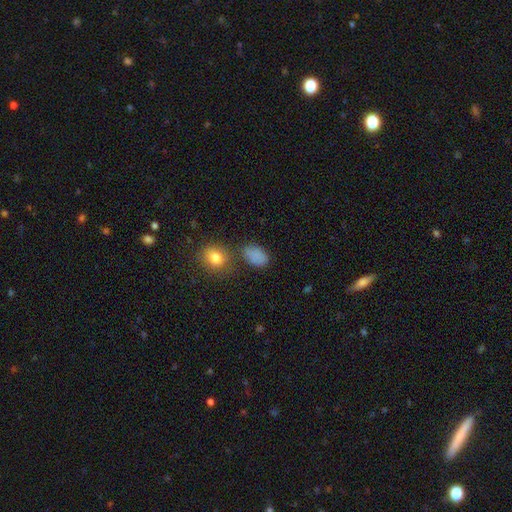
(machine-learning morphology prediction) smooth-or-featured: smooth: 83% | star or artifact: 12% | featured or disk: 5%
  how-rounded: in between: 83% | round: 16% | cigar-shaped: 2%
  merging: none: 64% | minor disturbance: 19% | merger: 10% | major disturbance: 7%